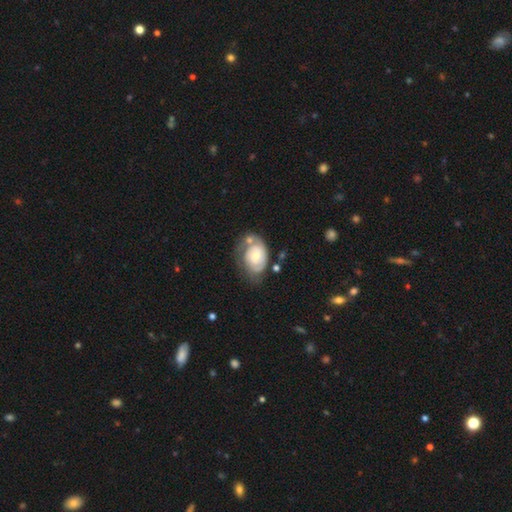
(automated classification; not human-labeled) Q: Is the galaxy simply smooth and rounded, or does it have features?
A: featured or disk — 63%.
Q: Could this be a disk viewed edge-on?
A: no — 97%.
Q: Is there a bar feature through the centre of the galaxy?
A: no — 69%.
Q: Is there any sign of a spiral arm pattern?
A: yes — 78%.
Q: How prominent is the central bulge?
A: moderate — 49%.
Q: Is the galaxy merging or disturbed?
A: none — 42%.